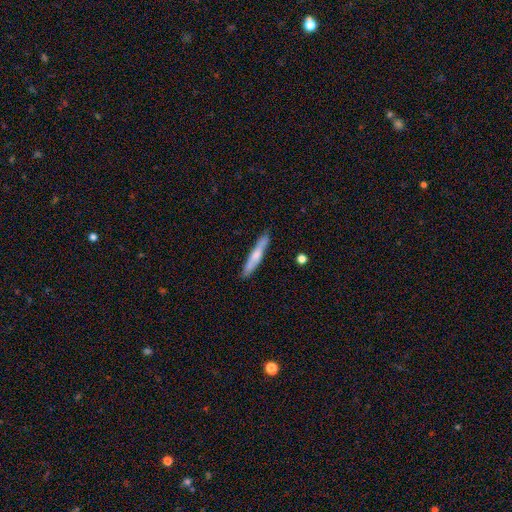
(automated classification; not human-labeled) Smooth or featured?
  - smooth: 61% *
  - featured or disk: 34%
  - star or artifact: 6%
How rounded?
  - cigar-shaped: 92% *
  - in between: 6%
  - round: 1%
Merging?
  - none: 86% *
  - minor disturbance: 11%
  - major disturbance: 2%
  - merger: 2%